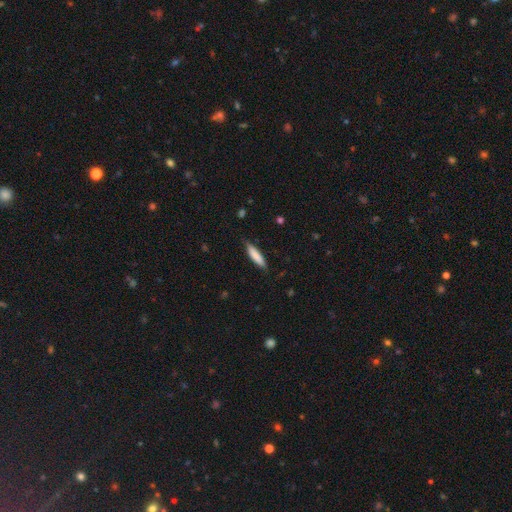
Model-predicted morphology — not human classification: smooth_or_featured: smooth (p=0.83) [alt: featured or disk p=0.12]
how_rounded: cigar-shaped (p=0.75) [alt: in between p=0.24]
merging: none (p=0.81) [alt: minor disturbance p=0.15]